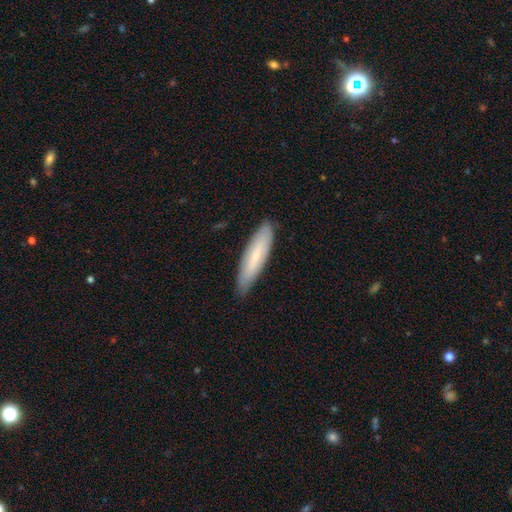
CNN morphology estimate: Smooth or featured: smooth — 68% (featured or disk — 26%)
How rounded: cigar-shaped — 74% (in between — 25%)
Merging: none — 85% (minor disturbance — 12%)